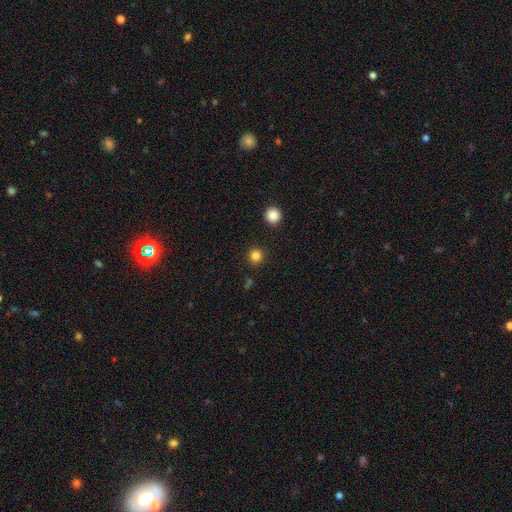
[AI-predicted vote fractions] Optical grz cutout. It shows a smooth galaxy with no disk features (82%) that is round (95%). Merging: none (91%).